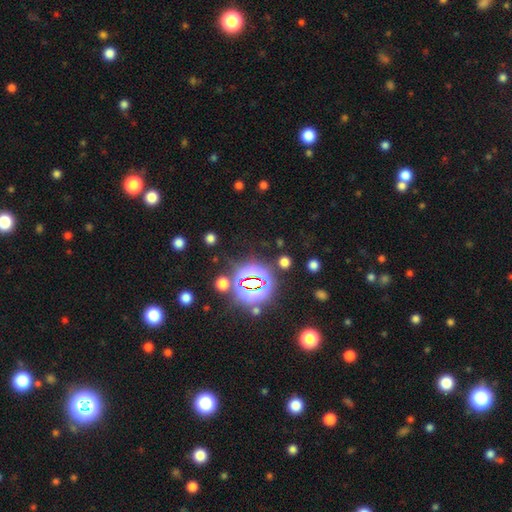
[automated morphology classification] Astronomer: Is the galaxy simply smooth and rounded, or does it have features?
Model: star or artifact — 82%.